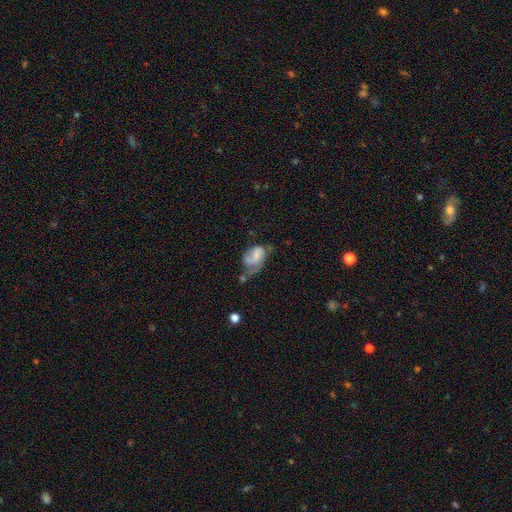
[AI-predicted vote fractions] This is possibly a featured or disk galaxy (47%). Merging: marginally major disturbance (34%).